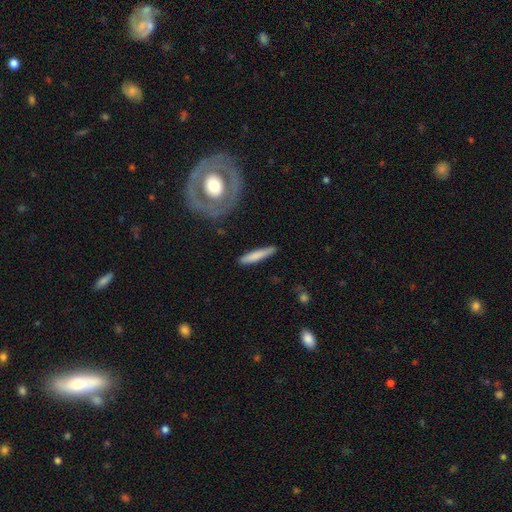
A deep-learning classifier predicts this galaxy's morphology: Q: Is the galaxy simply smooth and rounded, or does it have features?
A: smooth — 76%.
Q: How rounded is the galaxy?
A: cigar-shaped — 91%.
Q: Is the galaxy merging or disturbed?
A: none — 84%.